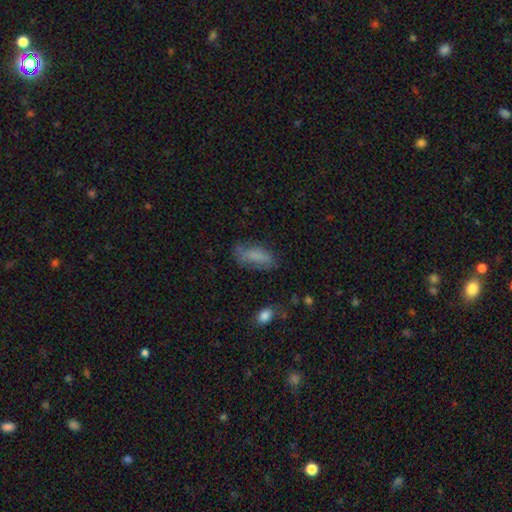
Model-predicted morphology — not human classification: smooth 72%, featured or disk 18%, star or artifact 10%. Down the decision tree: how rounded — in between (79%); merging — none (58%).